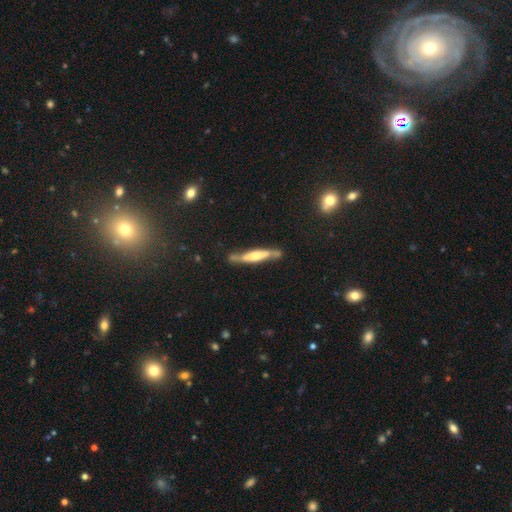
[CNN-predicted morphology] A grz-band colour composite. It shows a featured or disk galaxy (55%) viewed edge-on (85%). Merging: none (70%).